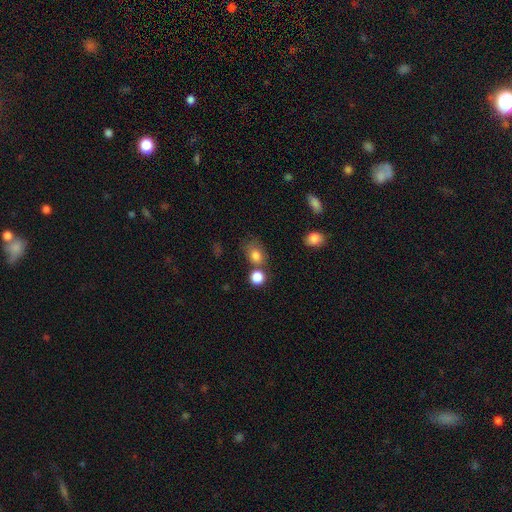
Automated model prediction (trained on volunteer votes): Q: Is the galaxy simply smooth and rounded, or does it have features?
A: smooth — 81%.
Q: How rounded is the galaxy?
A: round — 50%.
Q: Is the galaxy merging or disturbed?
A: none — 55%.